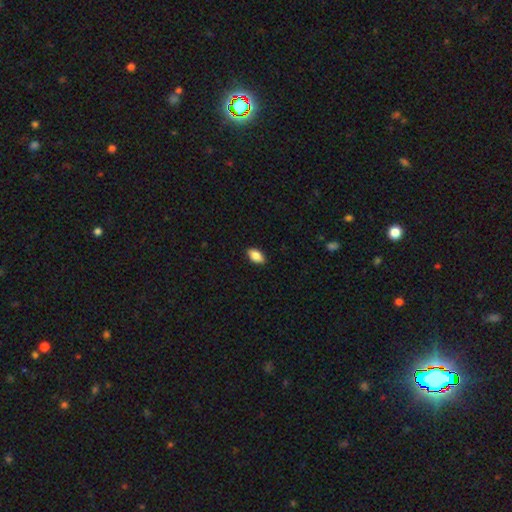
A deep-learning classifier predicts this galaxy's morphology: This appears to be a smooth galaxy with no disk features (86%) that is in between round and cigar-shaped (92%). Merging: none (90%).